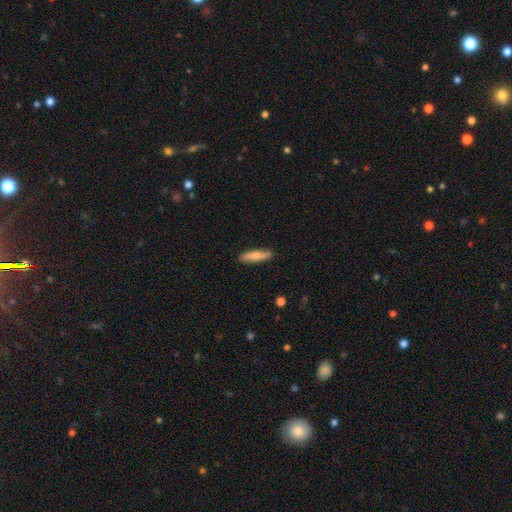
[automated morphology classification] The model was most divided on "smooth or featured": smooth: 63%, featured or disk: 32%, star or artifact: 6%. More confident: merging — none (87%); how rounded — cigar-shaped (79%).